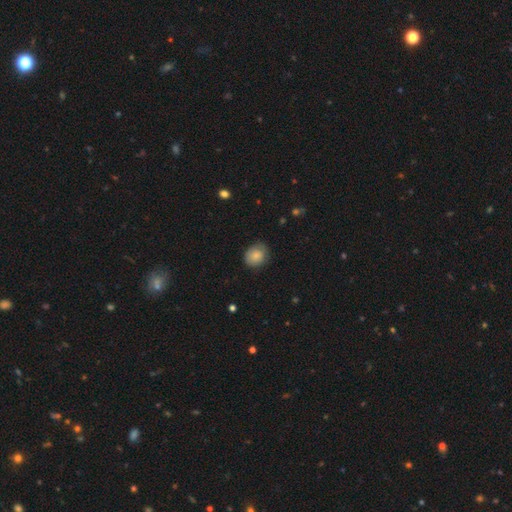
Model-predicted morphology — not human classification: type=smooth (83%); roundness=round (58%); merging=none (75%).